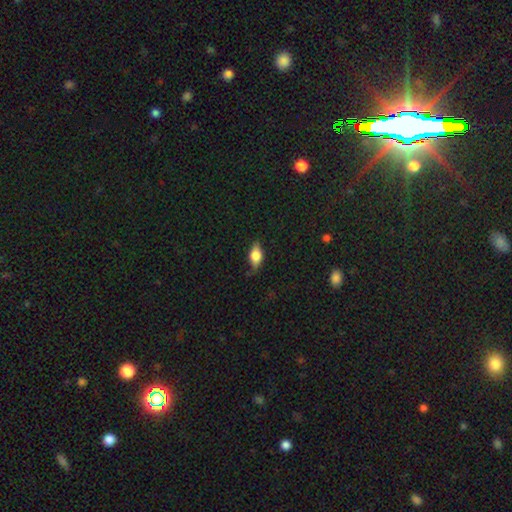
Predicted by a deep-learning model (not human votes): Smooth or featured?
  - smooth: 63% *
  - featured or disk: 28%
  - star or artifact: 9%
How rounded?
  - in between: 82% *
  - cigar-shaped: 10%
  - round: 8%
Merging?
  - none: 73% *
  - minor disturbance: 21%
  - major disturbance: 5%
  - merger: 1%